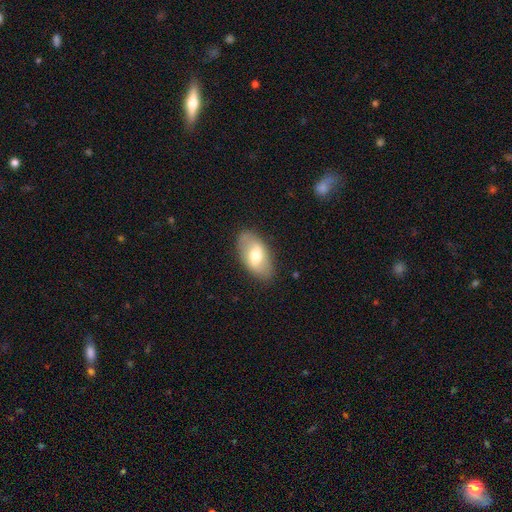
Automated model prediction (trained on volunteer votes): Q: Smooth or featured?
A: smooth (58%); runner-up: featured or disk (36%)
Q: How rounded?
A: in between (92%); runner-up: round (5%)
Q: Merging?
A: none (82%); runner-up: minor disturbance (13%)